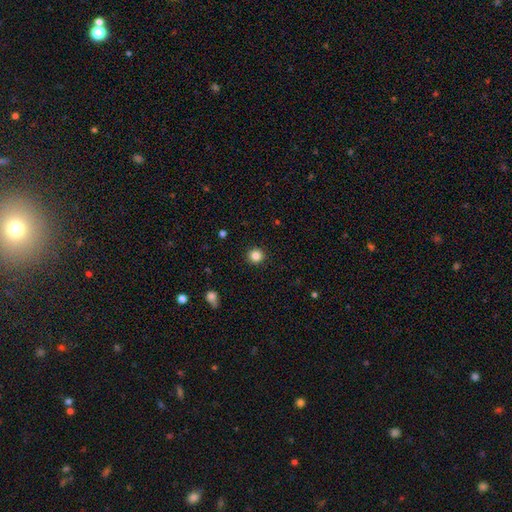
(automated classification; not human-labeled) The model was most divided on "smooth or featured": smooth: 85%, star or artifact: 11%, featured or disk: 4%. More confident: how rounded — round (94%); merging — none (92%).